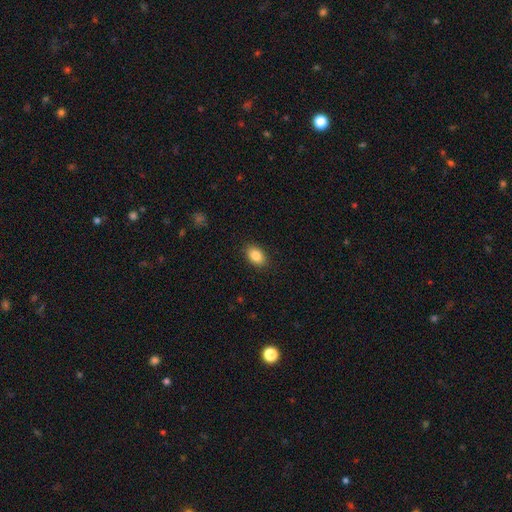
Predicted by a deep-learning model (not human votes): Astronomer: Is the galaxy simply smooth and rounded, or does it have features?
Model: smooth — 87%.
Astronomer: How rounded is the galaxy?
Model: in between — 87%.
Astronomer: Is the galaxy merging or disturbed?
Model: none — 89%.